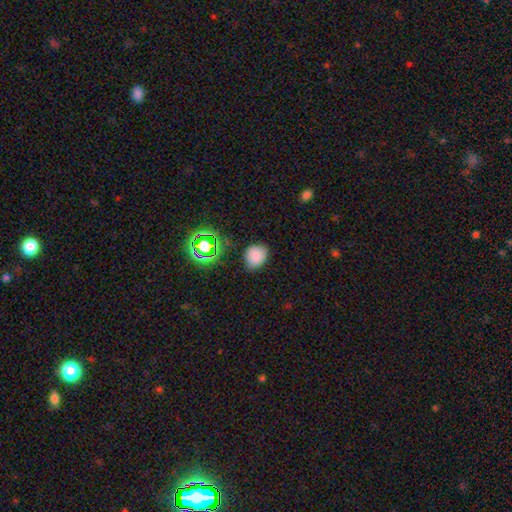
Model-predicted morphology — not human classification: Smooth or featured? Predicted: smooth (p=0.78). How rounded? Predicted: round (p=0.58). Merging? Predicted: none (p=0.77).